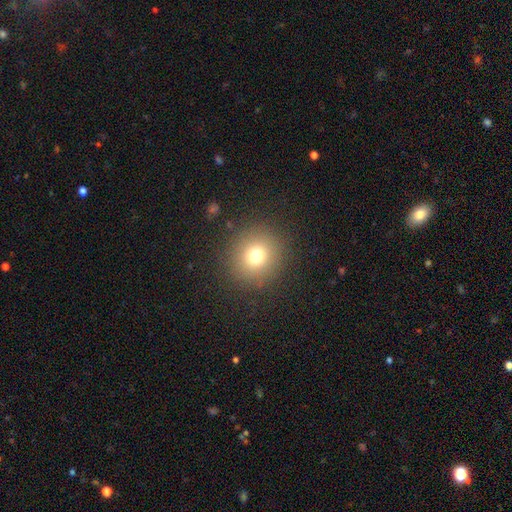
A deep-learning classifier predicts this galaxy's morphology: This is likely a smooth galaxy (73%). How rounded: clearly round (91%). Merging: clearly none (89%).